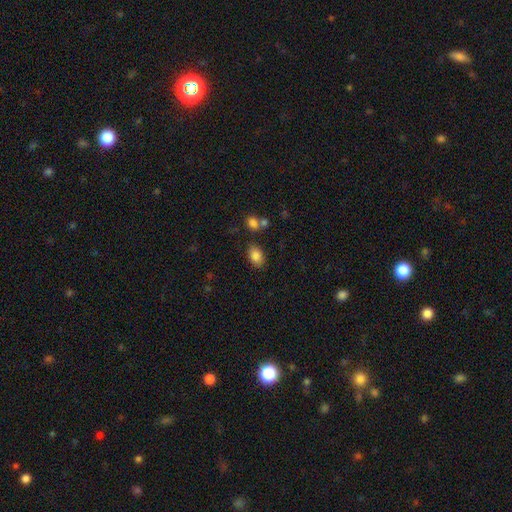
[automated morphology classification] smooth 85%, star or artifact 9%, featured or disk 7%. Down the decision tree: how rounded — in between (83%); merging — none (78%).